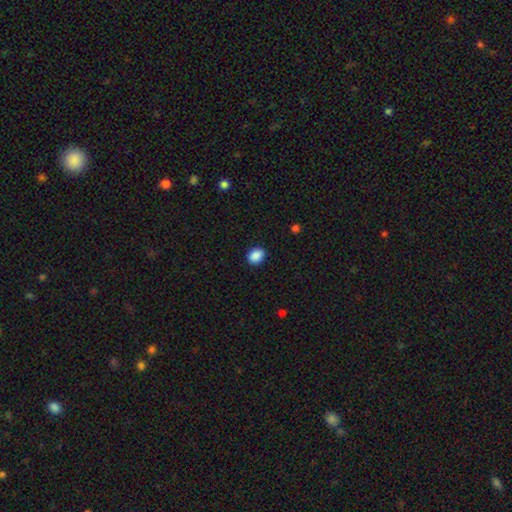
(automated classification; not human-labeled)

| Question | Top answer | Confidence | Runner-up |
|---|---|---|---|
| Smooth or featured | smooth | 89% | star or artifact (8%) |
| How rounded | in between | 66% | round (33%) |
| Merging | none | 88% | minor disturbance (9%) |